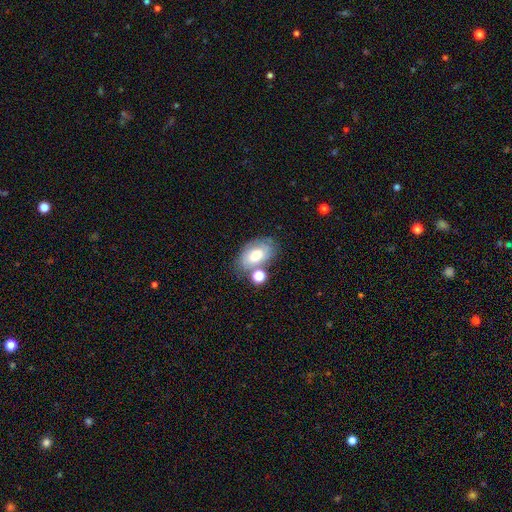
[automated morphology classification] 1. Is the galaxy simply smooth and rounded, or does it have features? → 59% smooth, 30% featured or disk, 10% star or artifact.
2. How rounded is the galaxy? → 87% in between, 11% round, 2% cigar-shaped.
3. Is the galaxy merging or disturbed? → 53% none, 19% merger, 19% minor disturbance, 8% major disturbance.